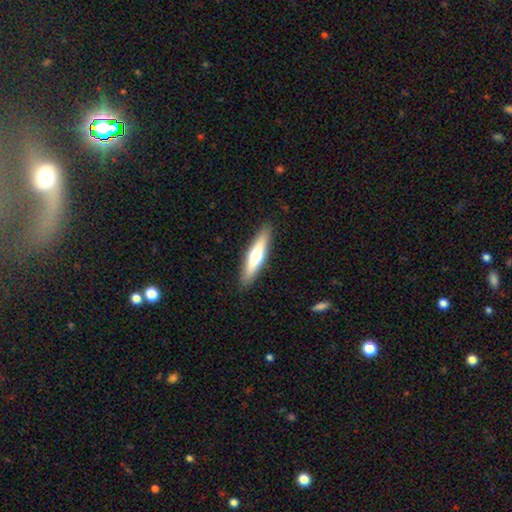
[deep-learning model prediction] Smooth or featured? smooth (52%)
How rounded? cigar-shaped (83%)
Merging? none (90%)